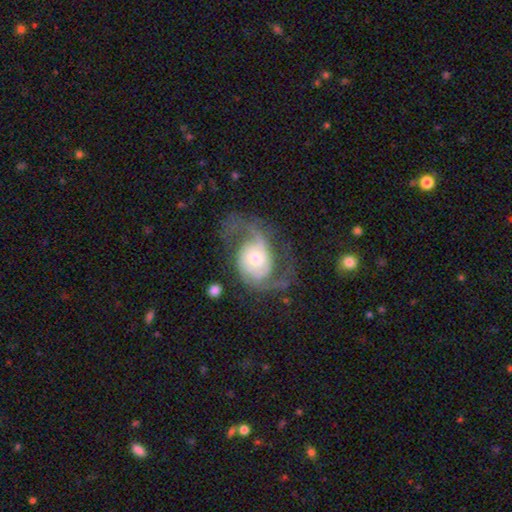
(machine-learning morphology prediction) Smooth or featured?
  - featured or disk: 85% *
  - smooth: 10%
  - star or artifact: 6%
Edge-on disk?
  - no: 97% *
  - yes: 3%
Bar?
  - no: 64% *
  - weak: 28%
  - strong: 9%
Spiral arms?
  - yes: 95% *
  - no: 5%
Spiral winding?
  - medium: 49% *
  - loose: 34%
  - tight: 17%
Spiral arm count?
  - 2: 85% *
  - 1: 4%
  - can't tell: 4%
  - 3: 3%
  - 4: 1%
  - more than 4: 1%
Bulge size?
  - moderate: 52% *
  - small: 34%
  - large: 11%
  - dominant: 2%
  - none: 2%
Merging?
  - none: 61% *
  - major disturbance: 19%
  - minor disturbance: 18%
  - merger: 2%